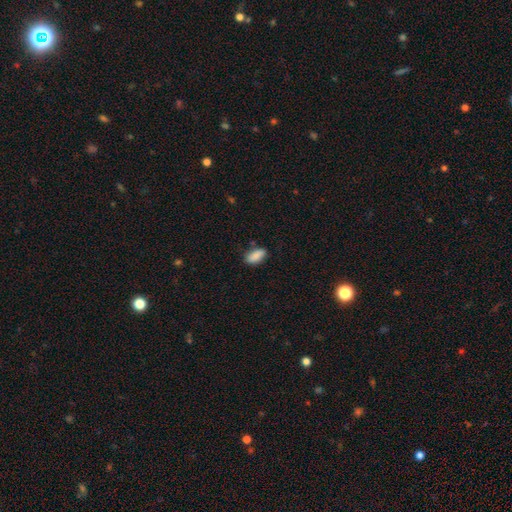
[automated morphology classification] This is clearly a smooth galaxy (88%). How rounded: clearly in between (87%). Merging: likely none (77%).